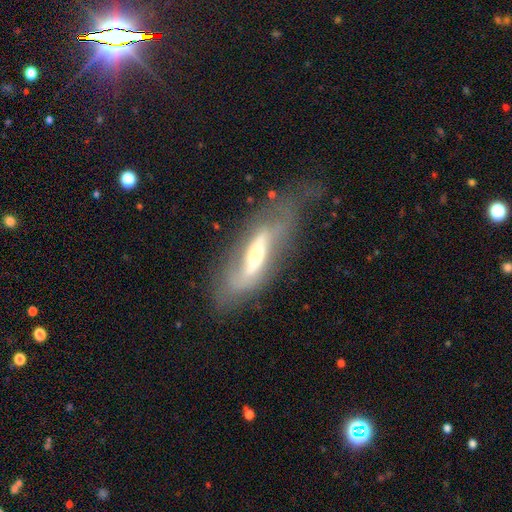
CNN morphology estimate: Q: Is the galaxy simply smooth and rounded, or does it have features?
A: featured or disk — 69%.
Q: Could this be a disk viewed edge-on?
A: no — 68%.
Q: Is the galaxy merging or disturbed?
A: none — 46%.